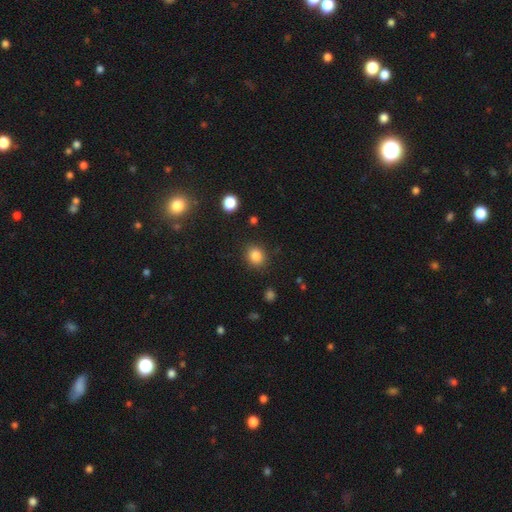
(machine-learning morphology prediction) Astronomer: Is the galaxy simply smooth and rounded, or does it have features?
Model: smooth — 84%.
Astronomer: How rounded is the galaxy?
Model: round — 74%.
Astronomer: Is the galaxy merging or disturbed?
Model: none — 87%.